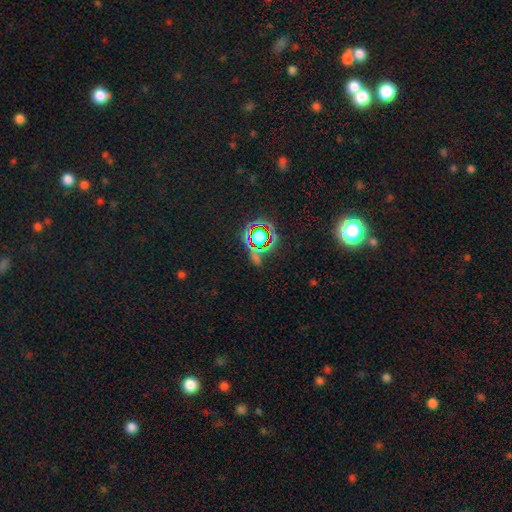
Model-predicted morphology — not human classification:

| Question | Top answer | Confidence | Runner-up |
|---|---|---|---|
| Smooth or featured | star or artifact | 74% | smooth (15%) |